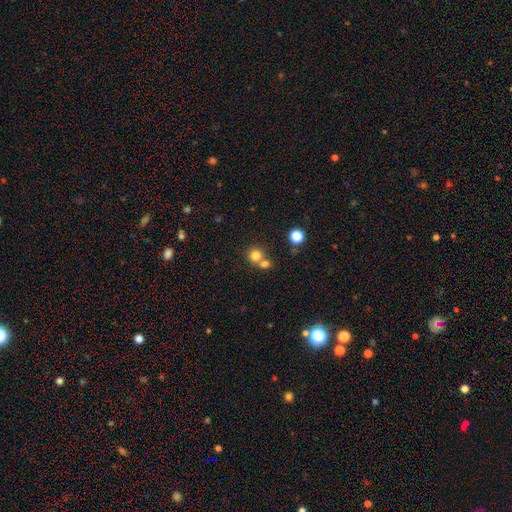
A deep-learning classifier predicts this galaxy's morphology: Q: Smooth or featured?
A: smooth (79%); runner-up: star or artifact (13%)
Q: How rounded?
A: round (88%); runner-up: in between (11%)
Q: Merging?
A: none (50%); runner-up: merger (42%)